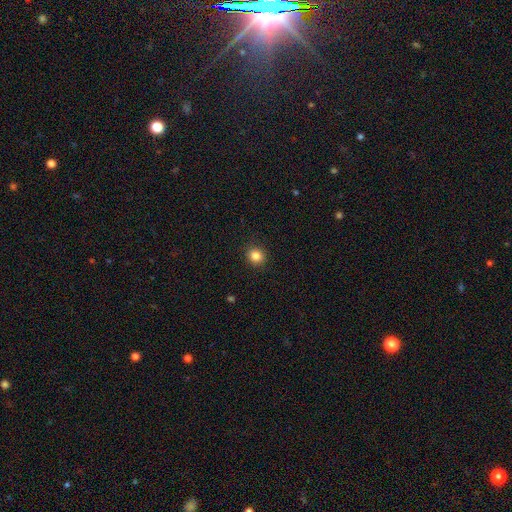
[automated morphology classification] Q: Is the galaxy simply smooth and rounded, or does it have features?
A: smooth — 85%.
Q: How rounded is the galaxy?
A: round — 79%.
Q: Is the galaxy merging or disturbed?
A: none — 91%.